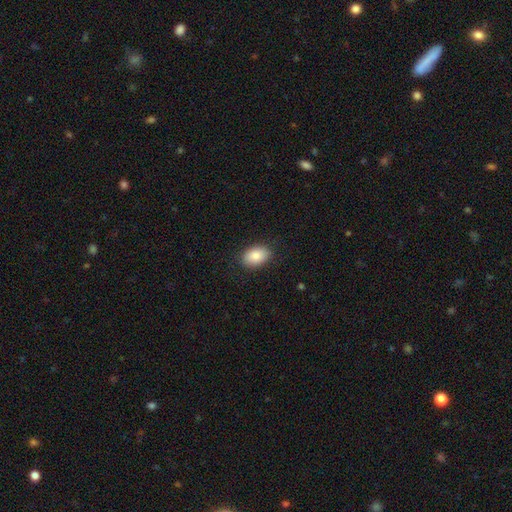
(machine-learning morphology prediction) This appears to be a smooth galaxy with no disk features (85%) that is in between round and cigar-shaped (85%). Merging: none (87%).